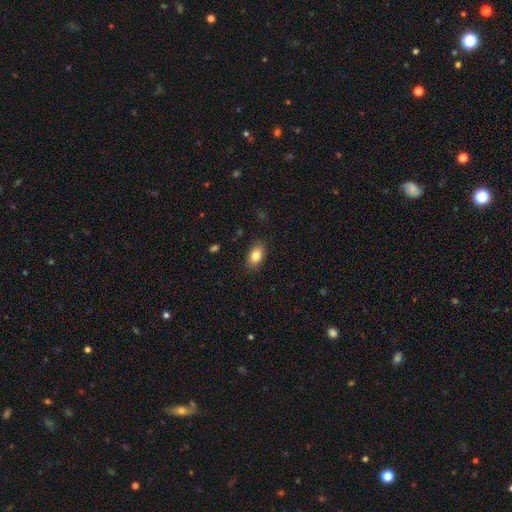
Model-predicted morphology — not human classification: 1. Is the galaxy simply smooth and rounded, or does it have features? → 85% smooth, 8% star or artifact, 7% featured or disk.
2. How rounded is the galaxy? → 88% in between, 10% round, 2% cigar-shaped.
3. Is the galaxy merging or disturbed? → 86% none, 11% minor disturbance, 3% major disturbance, 1% merger.